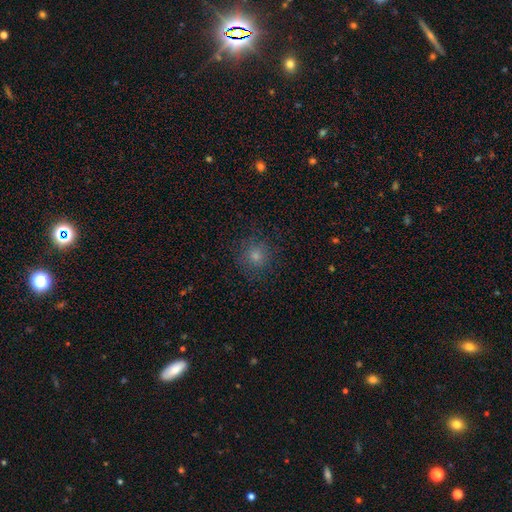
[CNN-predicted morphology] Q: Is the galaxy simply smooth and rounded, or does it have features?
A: smooth — 64%.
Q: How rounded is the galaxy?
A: round — 92%.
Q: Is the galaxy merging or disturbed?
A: none — 85%.